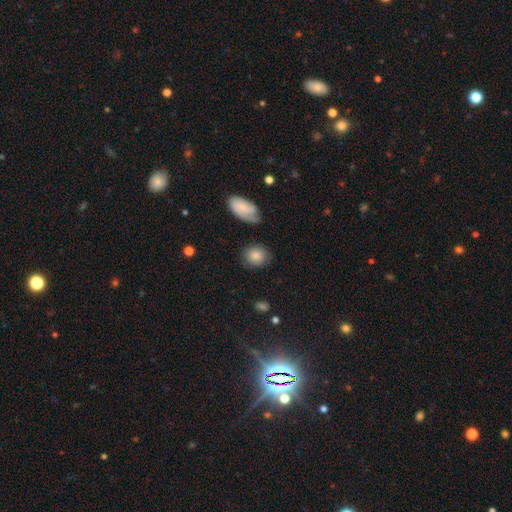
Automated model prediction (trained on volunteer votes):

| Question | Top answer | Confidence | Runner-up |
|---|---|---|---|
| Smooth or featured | smooth | 82% | featured or disk (10%) |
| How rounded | round | 69% | in between (30%) |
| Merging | none | 80% | minor disturbance (13%) |